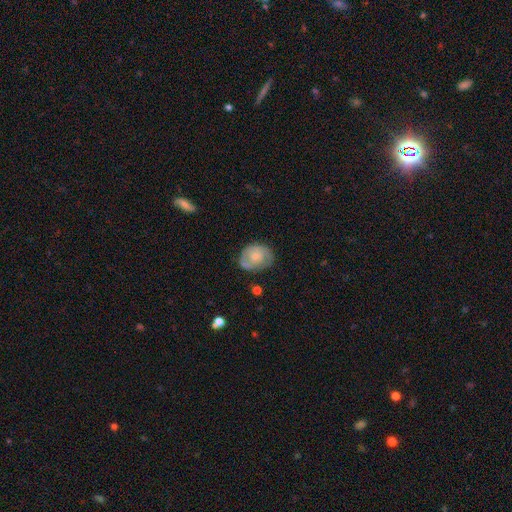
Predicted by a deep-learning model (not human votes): This is likely a featured or disk galaxy (66%). It is clearly not viewed edge-on (98%). Bar: likely no (72%). Spiral arm pattern: clearly yes (86%). Spiral arm count: likely 2 (60%). Spiral winding: possibly tight (53%). Central bulge: possibly small (60%). Merging: likely none (67%).